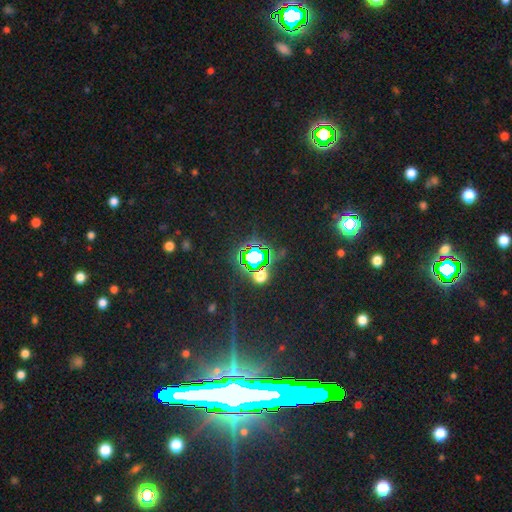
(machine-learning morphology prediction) Overall: star or artifact (77%).